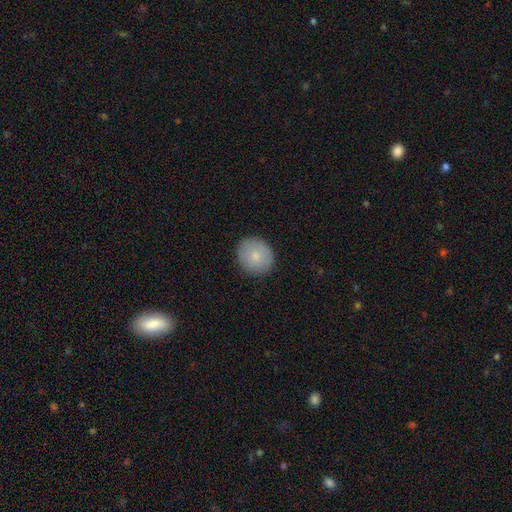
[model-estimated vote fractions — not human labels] The model was most divided on "how rounded": round: 81%, in between: 18%, cigar-shaped: 1%. More confident: merging — none (88%); smooth or featured — smooth (80%).